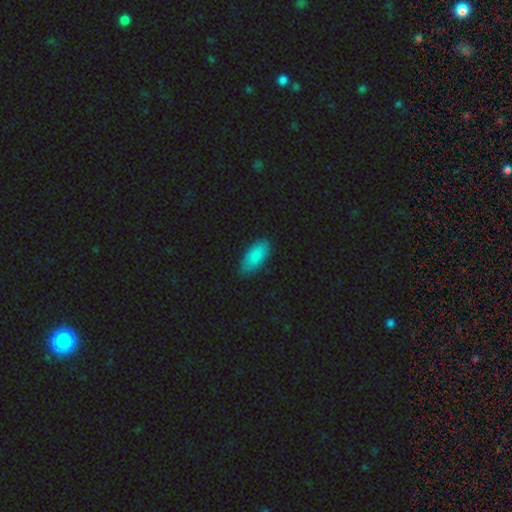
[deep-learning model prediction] Smooth or featured?
  - smooth: 86% *
  - featured or disk: 7%
  - star or artifact: 7%
How rounded?
  - in between: 89% *
  - cigar-shaped: 9%
  - round: 2%
Merging?
  - none: 82% *
  - minor disturbance: 14%
  - major disturbance: 3%
  - merger: 1%